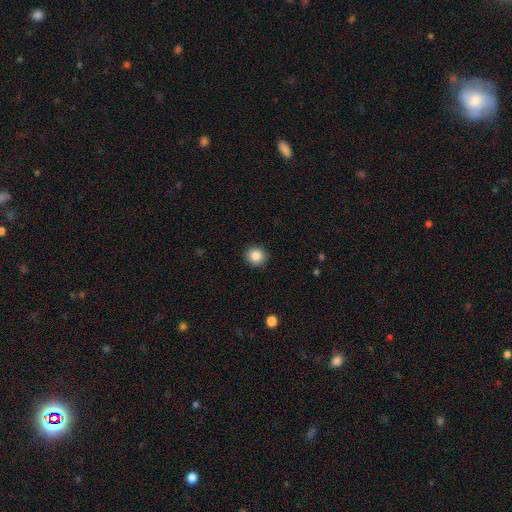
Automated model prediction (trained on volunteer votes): The model was most divided on "smooth or featured": smooth: 86%, star or artifact: 9%, featured or disk: 5%. More confident: merging — none (92%); how rounded — round (90%).